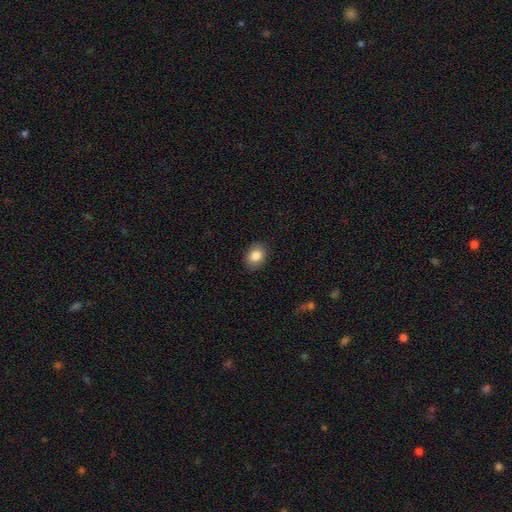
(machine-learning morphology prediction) Smooth or featured: smooth — 85% (star or artifact — 8%)
How rounded: in between — 68% (round — 31%)
Merging: none — 87% (minor disturbance — 9%)